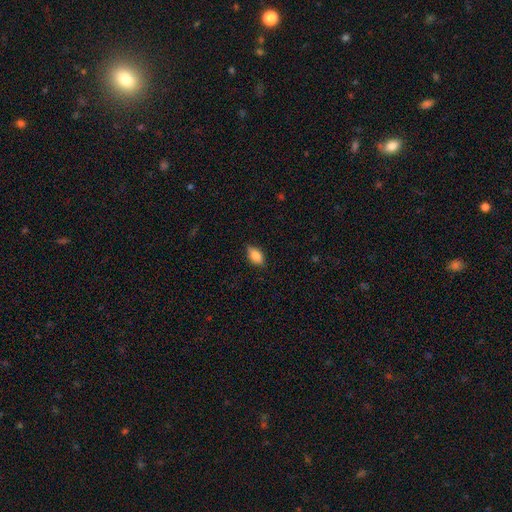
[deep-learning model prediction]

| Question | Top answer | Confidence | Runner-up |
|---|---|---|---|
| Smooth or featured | smooth | 79% | featured or disk (14%) |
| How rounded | in between | 86% | cigar-shaped (8%) |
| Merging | none | 79% | minor disturbance (17%) |